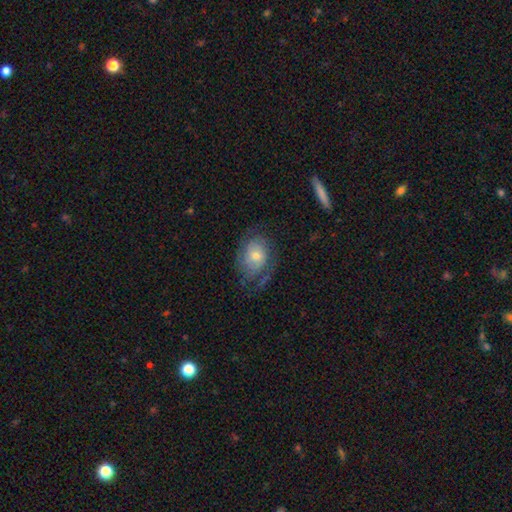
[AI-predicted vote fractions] Smooth or featured? featured or disk (47%)
Merging? none (53%)